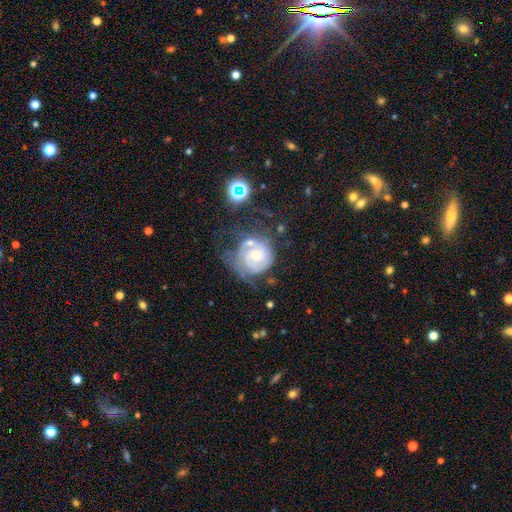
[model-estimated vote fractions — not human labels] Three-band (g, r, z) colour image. It shows a featured or disk galaxy (77%) with no bar (74%), 2 (45%) tight (67%) spiral arms (89%) and a moderate central bulge (54%). Merging: none (44%).